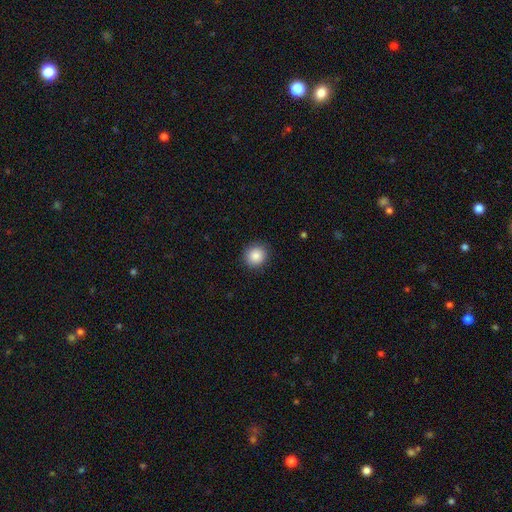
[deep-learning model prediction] A smooth galaxy with no disk features (87%) that is round (88%).

Vote fractions:
- Smooth or featured? smooth: 87% / star or artifact: 9% / featured or disk: 4%
- How rounded? round: 88% / in between: 11% / cigar-shaped: 1%
- Merging? none: 90% / minor disturbance: 7% / major disturbance: 2% / merger: 1%